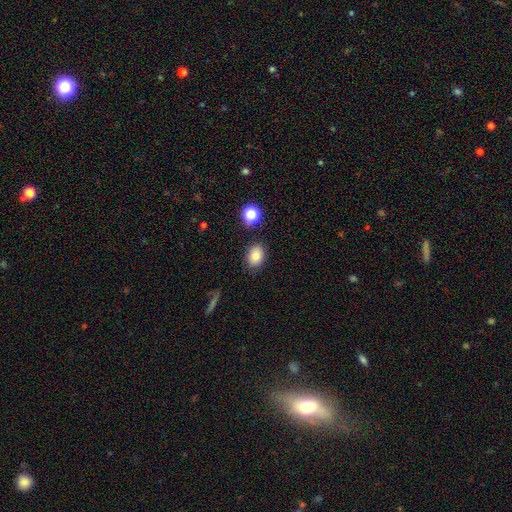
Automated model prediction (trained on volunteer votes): This is likely a smooth galaxy (80%). How rounded: likely in between (65%). Merging: clearly none (84%).